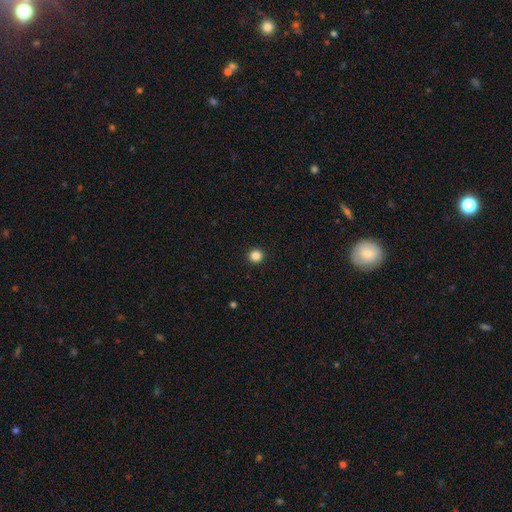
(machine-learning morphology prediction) smooth 85%, star or artifact 11%, featured or disk 3%. Down the decision tree: how rounded — round (95%); merging — none (94%).